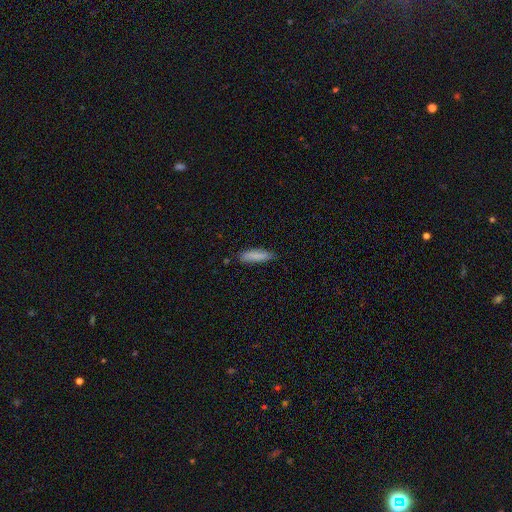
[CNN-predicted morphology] Smooth or featured?
  - smooth: 84% *
  - featured or disk: 9%
  - star or artifact: 7%
How rounded?
  - cigar-shaped: 70% *
  - in between: 29%
  - round: 1%
Merging?
  - none: 79% *
  - minor disturbance: 16%
  - major disturbance: 3%
  - merger: 2%